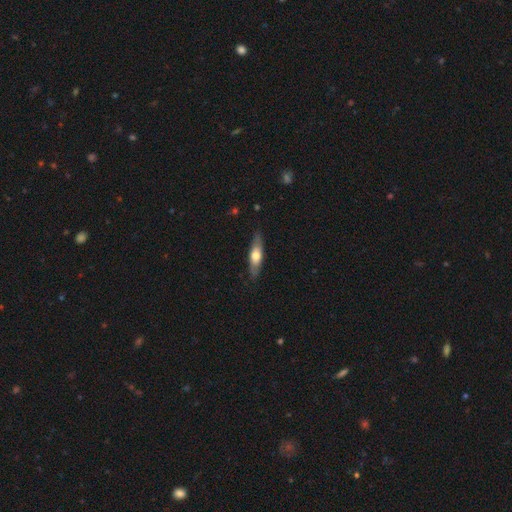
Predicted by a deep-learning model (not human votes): smooth 55%, featured or disk 39%, star or artifact 5%. Down the decision tree: how rounded — cigar-shaped (56%); merging — none (83%).